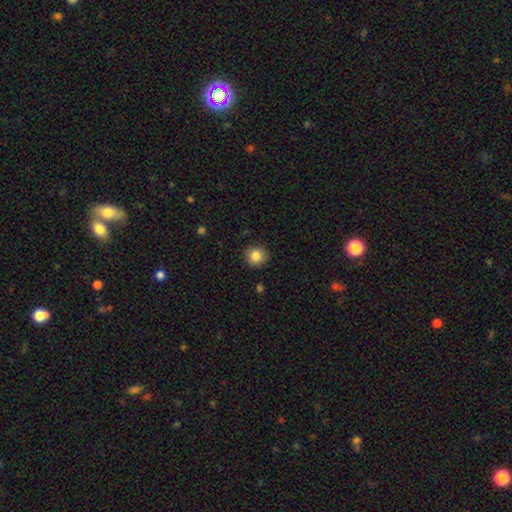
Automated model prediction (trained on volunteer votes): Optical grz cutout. It shows a smooth galaxy with no disk features (85%) that is round (90%). Merging: none (88%).